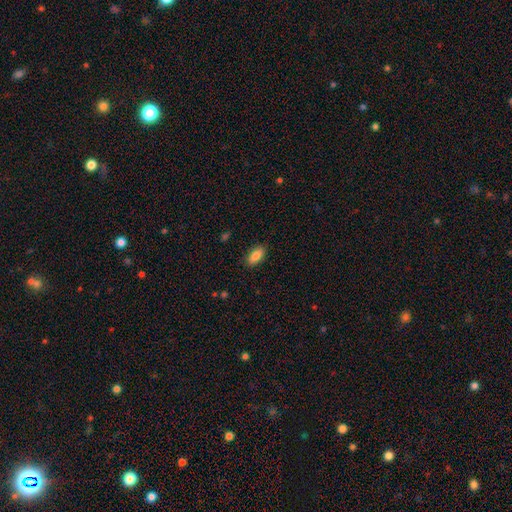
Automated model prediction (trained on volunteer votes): A smooth galaxy with no disk features (86%) that is in between round and cigar-shaped (89%). Merging: none (87%).